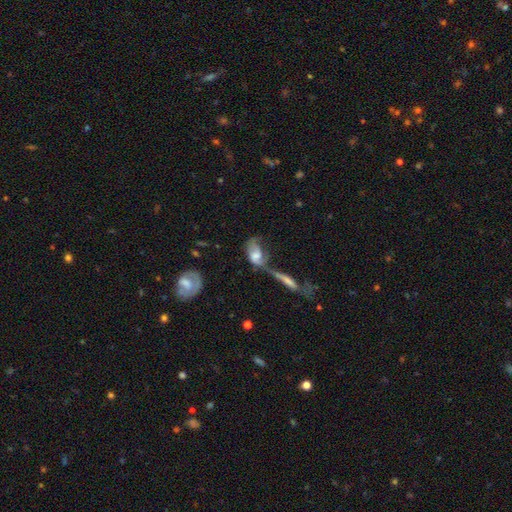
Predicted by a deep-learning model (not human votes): The model was most divided on "smooth or featured": featured or disk: 47%, smooth: 44%, star or artifact: 9%. More confident: merging — merger (52%).